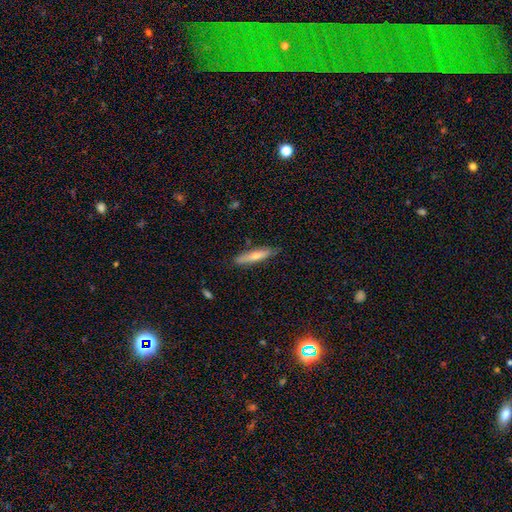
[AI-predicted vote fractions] The model was most divided on "smooth or featured": smooth: 53%, featured or disk: 39%, star or artifact: 7%. More confident: merging — none (86%); how rounded — cigar-shaped (85%).